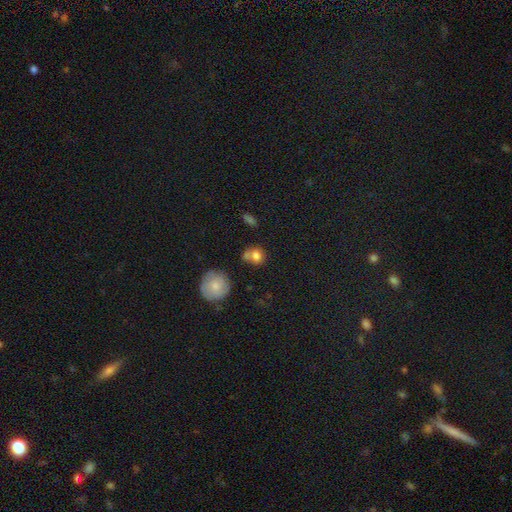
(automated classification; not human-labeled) A smooth galaxy with no disk features (78%) that is round (74%). Merging: none (50%).